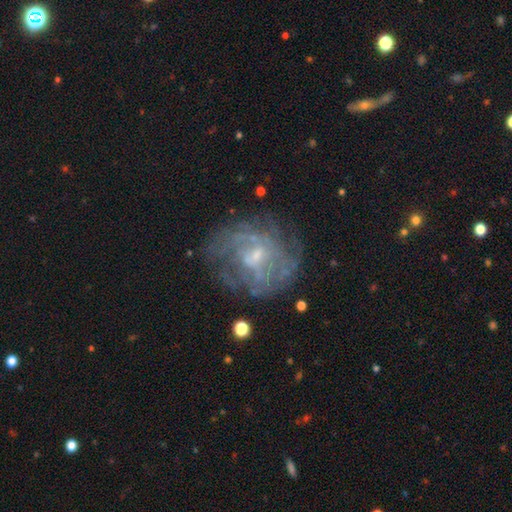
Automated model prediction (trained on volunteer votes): A featured or disk galaxy (75%) with no bar (47%), spiral arms (67%) and a small central bulge (62%).

Vote fractions:
- Smooth or featured? featured or disk: 75% / smooth: 15% / star or artifact: 10%
- Edge-on disk? no: 97% / yes: 3%
- Bar? no: 47% / weak: 45% / strong: 8%
- Spiral arms? yes: 67% / no: 33%
- Bulge size? small: 62% / moderate: 25% / none: 11% / large: 2% / dominant: 1%
- Merging? none: 63% / minor disturbance: 18% / major disturbance: 16% / merger: 3%